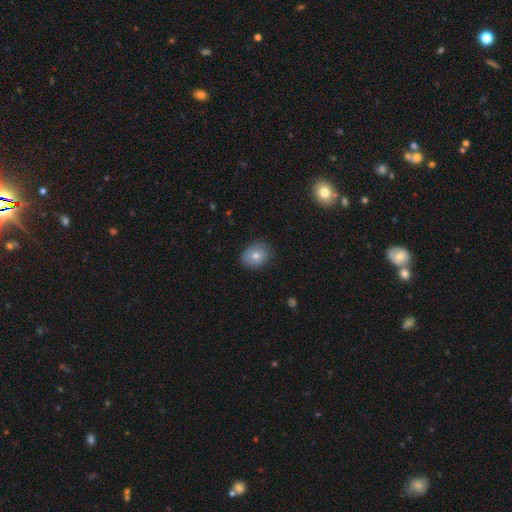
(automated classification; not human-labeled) smooth 74%, featured or disk 16%, star or artifact 10%. Down the decision tree: how rounded — in between (54%); merging — none (83%).